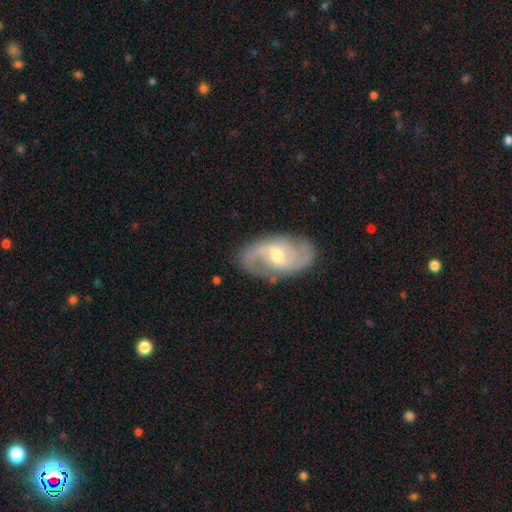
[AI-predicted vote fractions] Smooth or featured?
  - featured or disk: 83% *
  - smooth: 11%
  - star or artifact: 5%
Edge-on disk?
  - no: 96% *
  - yes: 4%
Bar?
  - weak: 52% *
  - no: 34%
  - strong: 14%
Spiral arms?
  - yes: 94% *
  - no: 6%
Spiral winding?
  - medium: 48% *
  - loose: 31%
  - tight: 21%
Spiral arm count?
  - 2: 81% *
  - can't tell: 8%
  - 3: 5%
  - 1: 3%
  - 4: 2%
  - more than 4: 2%
Bulge size?
  - moderate: 59% *
  - small: 35%
  - large: 3%
  - none: 1%
  - dominant: 1%
Merging?
  - none: 80% *
  - minor disturbance: 14%
  - major disturbance: 5%
  - merger: 1%